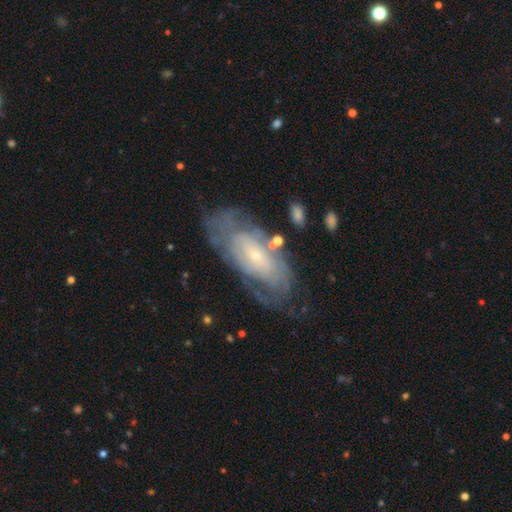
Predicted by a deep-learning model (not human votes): A featured or disk galaxy (74%) with no bar (68%), tight (68%) spiral arms (77%) and a small central bulge (80%). Merging: none (64%).